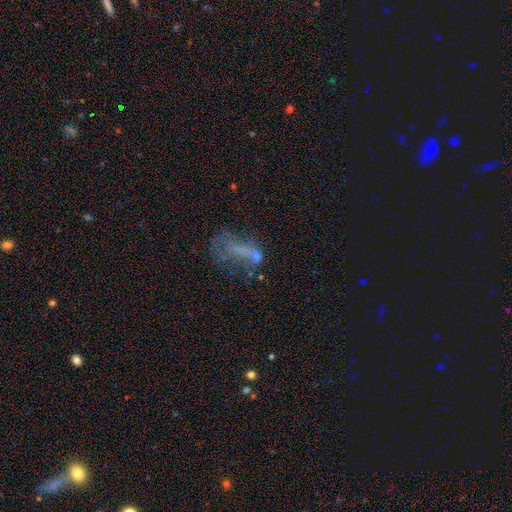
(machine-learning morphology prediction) Overall: featured or disk (43%; smooth 37%). Merging: major disturbance (42%; none 28%).